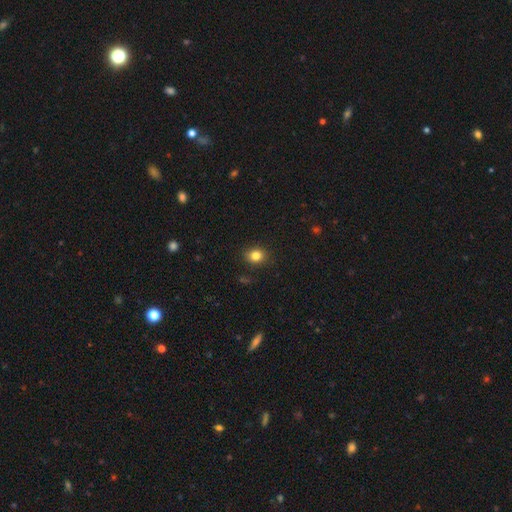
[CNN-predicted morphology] Q: Smooth or featured?
A: smooth (83%); runner-up: star or artifact (11%)
Q: How rounded?
A: round (63%); runner-up: in between (36%)
Q: Merging?
A: none (88%); runner-up: minor disturbance (9%)